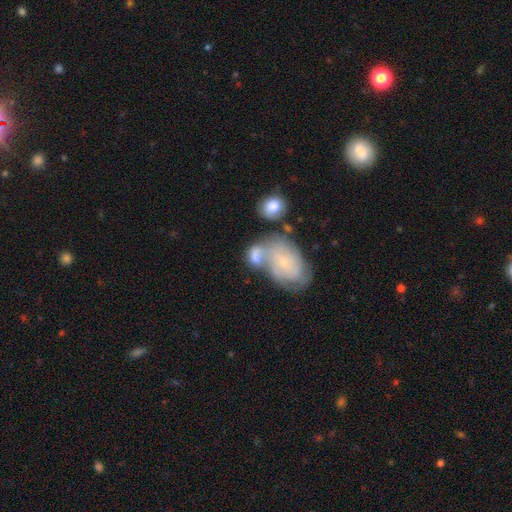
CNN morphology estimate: The model was most divided on "smooth or featured": smooth: 47%, featured or disk: 44%, star or artifact: 9%. Remaining: merging — merger (48%).